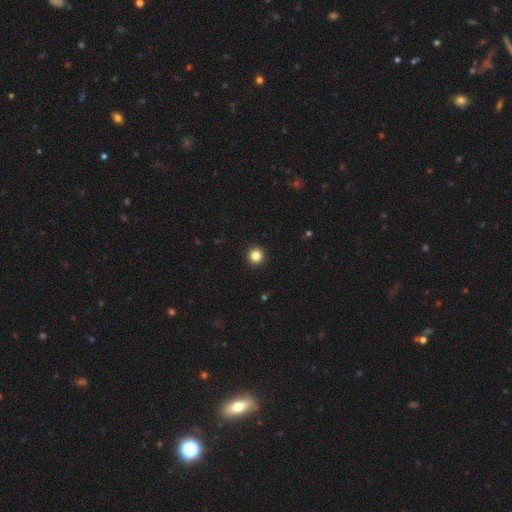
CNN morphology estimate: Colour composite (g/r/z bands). It shows a smooth galaxy with no disk features (85%) that is round (96%). Merging: none (94%).